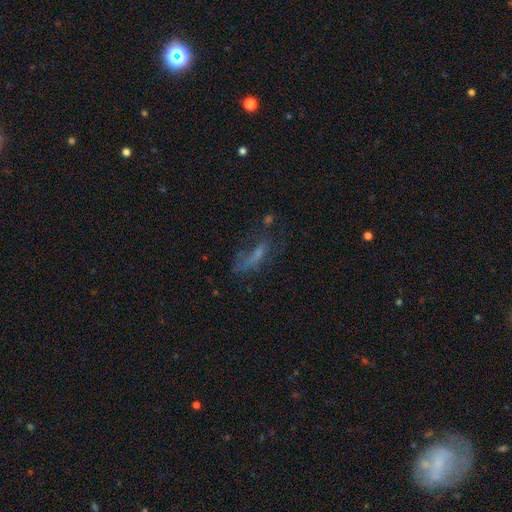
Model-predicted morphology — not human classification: Overall: smooth (45%; featured or disk 35%). Merging: none (38%; major disturbance 34%).